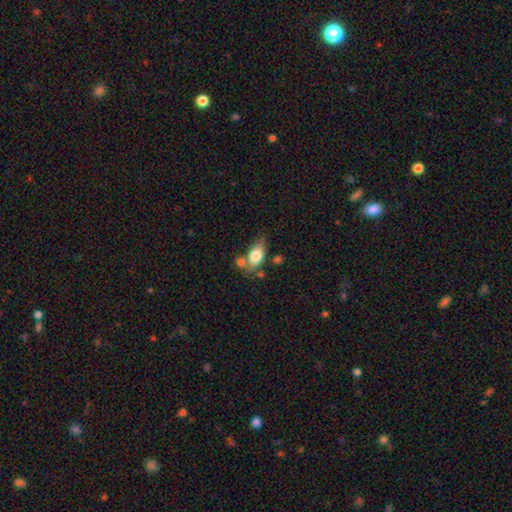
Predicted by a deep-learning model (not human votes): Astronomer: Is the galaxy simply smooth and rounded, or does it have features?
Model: smooth — 75%.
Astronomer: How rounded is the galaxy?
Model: in between — 85%.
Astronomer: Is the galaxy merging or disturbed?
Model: none — 46% (runner-up: merger, 24%).